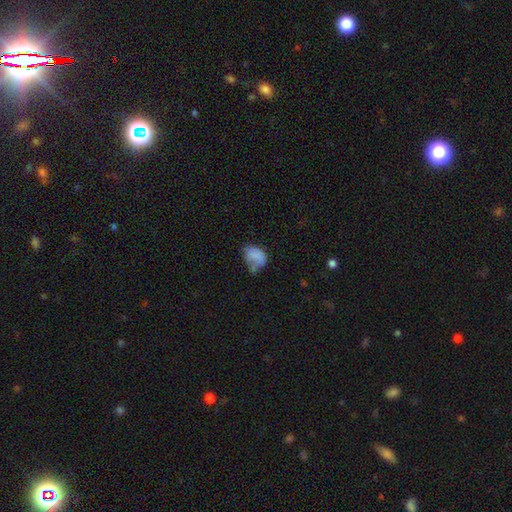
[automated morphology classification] Smooth or featured?
  - smooth: 75% *
  - featured or disk: 15%
  - star or artifact: 10%
How rounded?
  - in between: 75% *
  - round: 24%
  - cigar-shaped: 1%
Merging?
  - minor disturbance: 33% *
  - none: 32%
  - major disturbance: 22%
  - merger: 12%